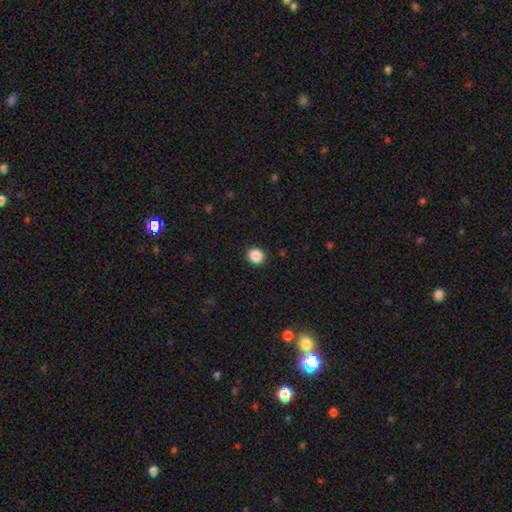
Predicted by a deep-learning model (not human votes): Smooth or featured? smooth (88%)
How rounded? round (86%)
Merging? none (92%)